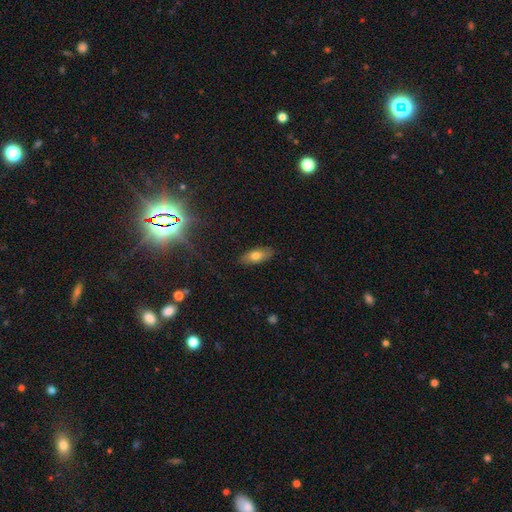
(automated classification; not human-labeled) A smooth galaxy with no disk features (71%) that is in between round and cigar-shaped (77%). Merging: none (87%).